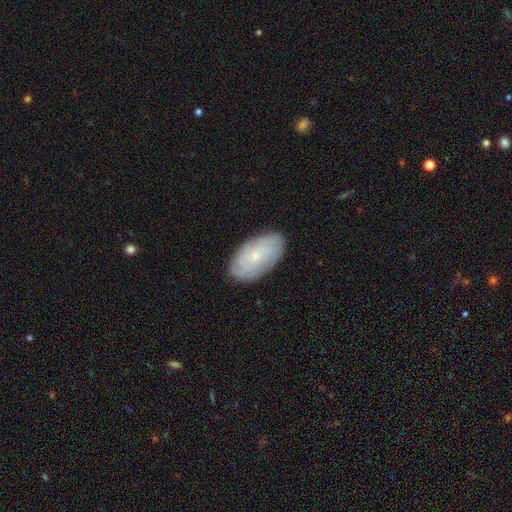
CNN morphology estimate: A featured or disk galaxy (50%).

Vote fractions:
- Smooth or featured? featured or disk: 50% / smooth: 42% / star or artifact: 8%
- Merging? none: 83% / minor disturbance: 13% / major disturbance: 3% / merger: 1%